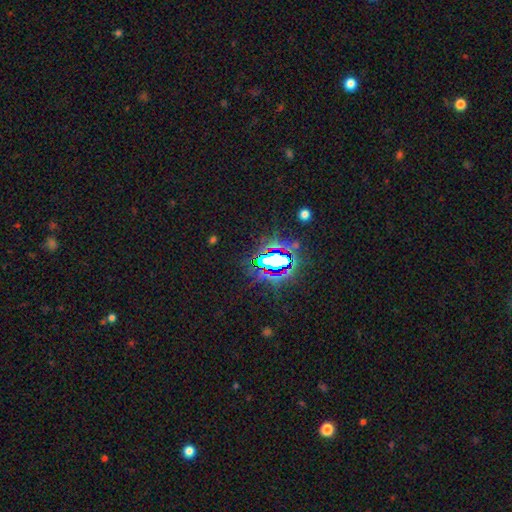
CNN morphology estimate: star or artifact 82%, smooth 11%, featured or disk 7%.